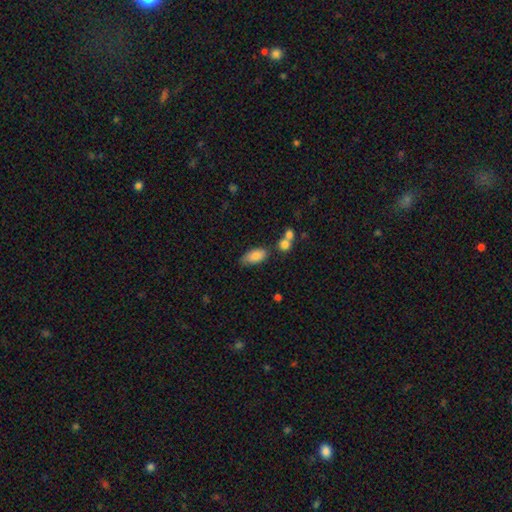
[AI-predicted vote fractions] smooth_or_featured: smooth (p=0.83) [alt: featured or disk p=0.09]
how_rounded: in between (p=0.89) [alt: cigar-shaped p=0.08]
merging: none (p=0.59) [alt: minor disturbance p=0.23]